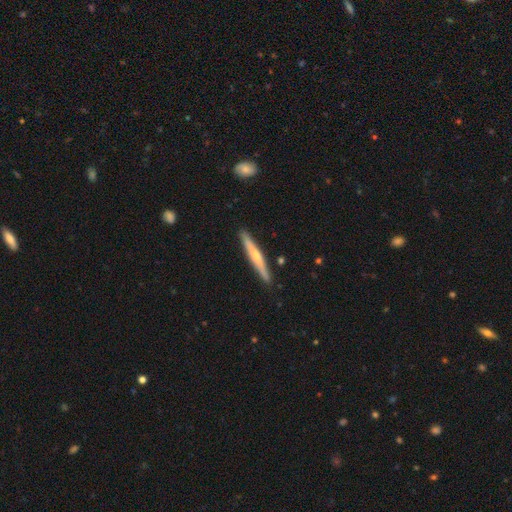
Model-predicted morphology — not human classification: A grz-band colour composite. It shows a featured or disk galaxy (55%) viewed edge-on (96%) with a rounded central bulge (72%). Merging: none (90%).